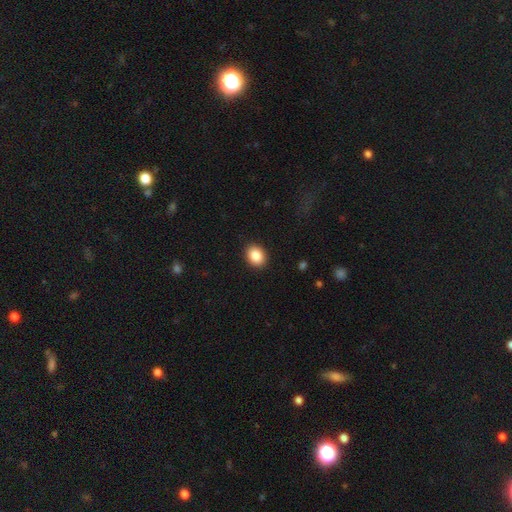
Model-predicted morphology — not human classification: Smooth or featured?
  - smooth: 88% *
  - star or artifact: 8%
  - featured or disk: 4%
How rounded?
  - in between: 54% *
  - round: 45%
  - cigar-shaped: 1%
Merging?
  - none: 90% *
  - minor disturbance: 7%
  - major disturbance: 2%
  - merger: 1%